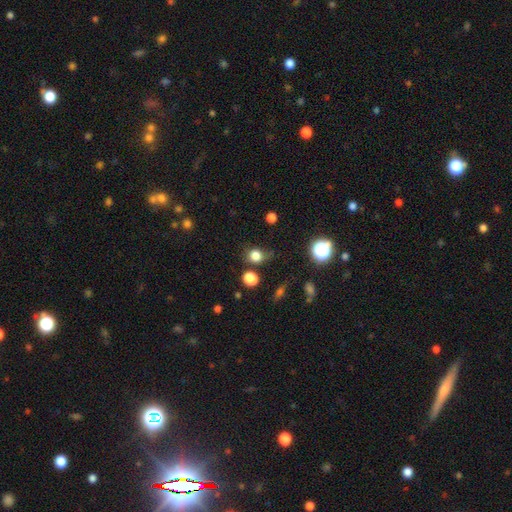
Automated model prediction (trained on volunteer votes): Overall: smooth (79%). How rounded: round (72%). Merging: none (60%; minor disturbance 23%).